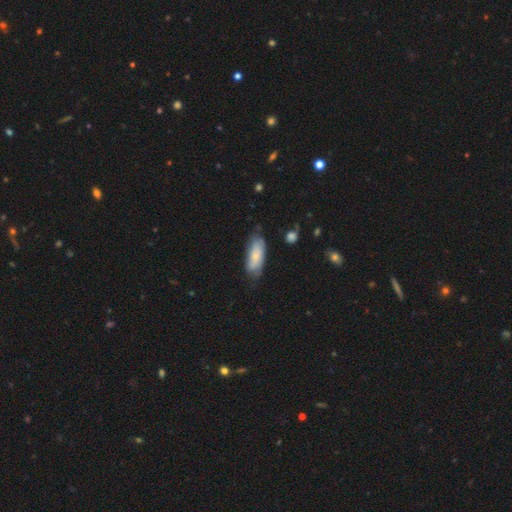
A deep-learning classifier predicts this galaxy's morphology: A smooth galaxy with no disk features (71%) that is in between round and cigar-shaped (74%). Merging: none (63%).